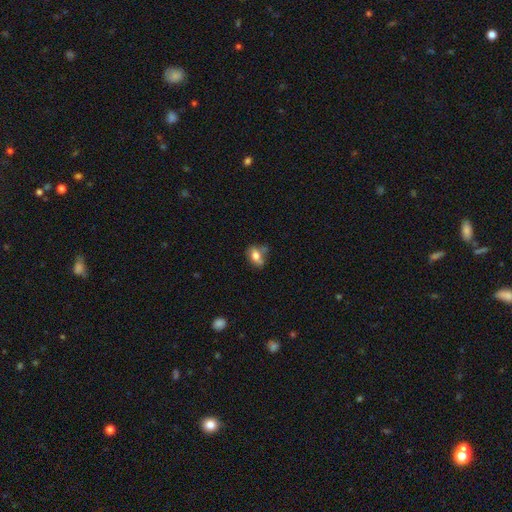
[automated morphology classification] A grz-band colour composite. It shows a smooth galaxy with no disk features (70%) that is in between round and cigar-shaped (72%). Merging: none (44%).